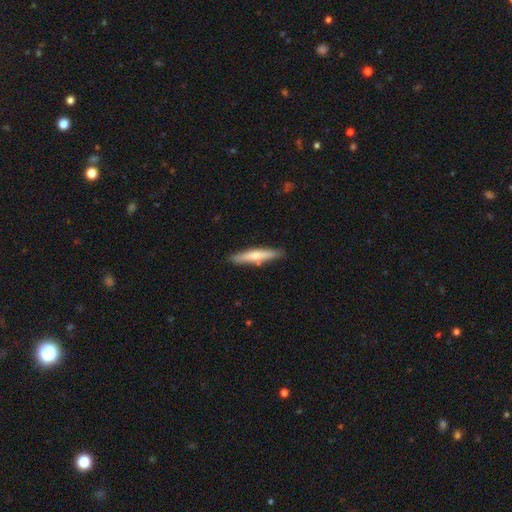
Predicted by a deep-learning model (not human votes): smooth_or_featured: smooth (p=0.56) [alt: featured or disk p=0.39]
how_rounded: cigar-shaped (p=0.89) [alt: in between p=0.10]
merging: none (p=0.83) [alt: minor disturbance p=0.11]